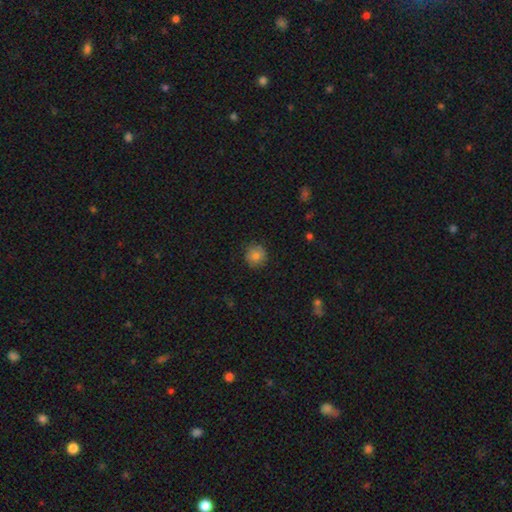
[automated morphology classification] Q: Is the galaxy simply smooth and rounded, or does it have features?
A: smooth — 80%.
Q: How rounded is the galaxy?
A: round — 91%.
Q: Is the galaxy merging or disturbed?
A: none — 82%.